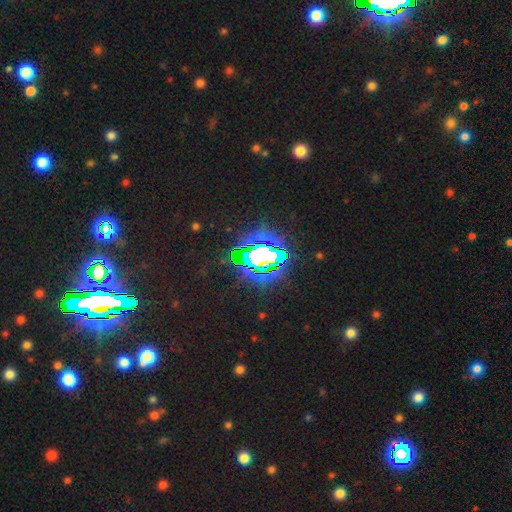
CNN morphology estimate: smooth-or-featured: star or artifact: 69% | featured or disk: 15% | smooth: 15%